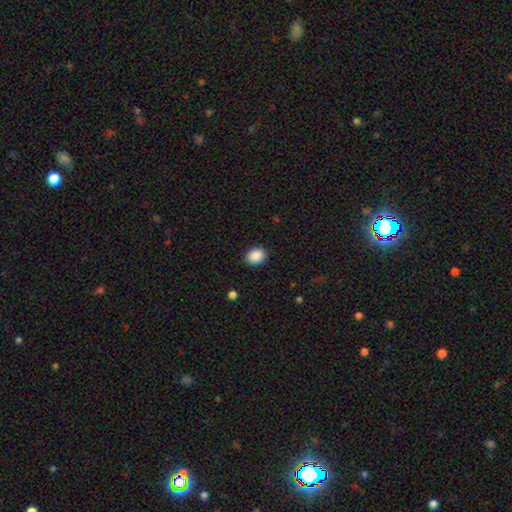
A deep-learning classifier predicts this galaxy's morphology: type=smooth (89%); roundness=in between (54%); merging=none (89%).